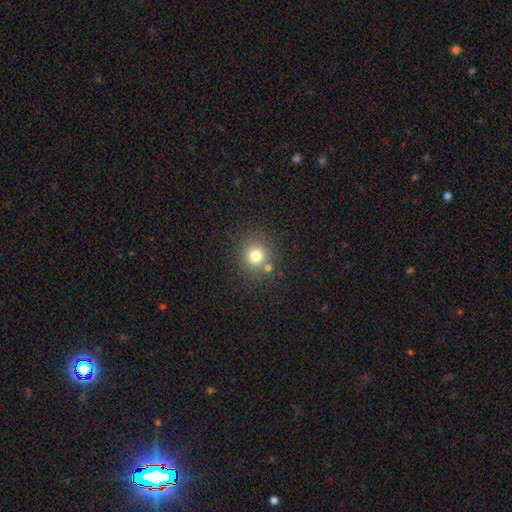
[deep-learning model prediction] Smooth or featured? Predicted: smooth (p=0.76). How rounded? Predicted: round (p=0.92). Merging? Predicted: none (p=0.80).